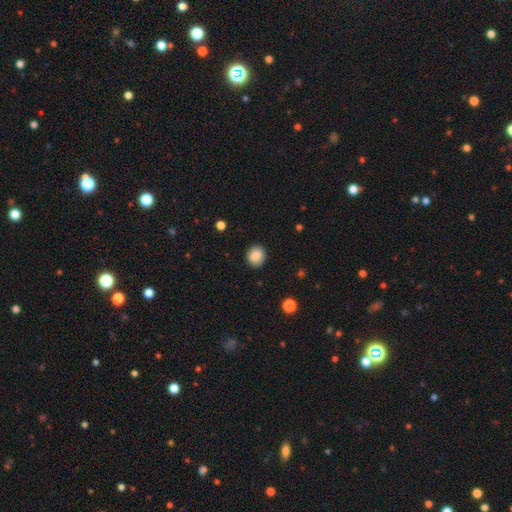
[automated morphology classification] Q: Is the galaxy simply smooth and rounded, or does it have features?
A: smooth — 86%.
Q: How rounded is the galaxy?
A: round — 74%.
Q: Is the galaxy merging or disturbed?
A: none — 89%.